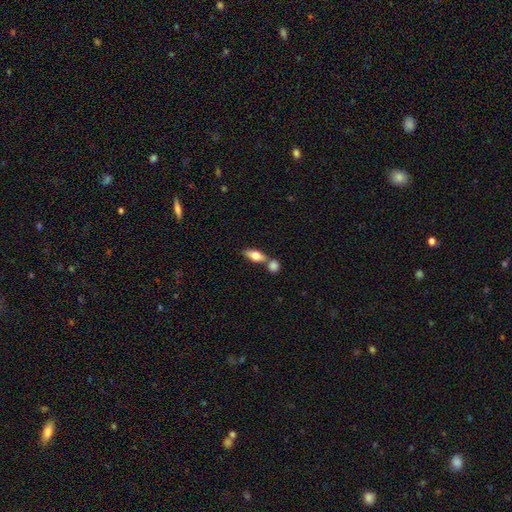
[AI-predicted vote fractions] The model was most divided on "merging": none: 49%, merger: 37%, minor disturbance: 11%, major disturbance: 4%. More confident: how rounded — in between (78%); smooth or featured — smooth (72%).